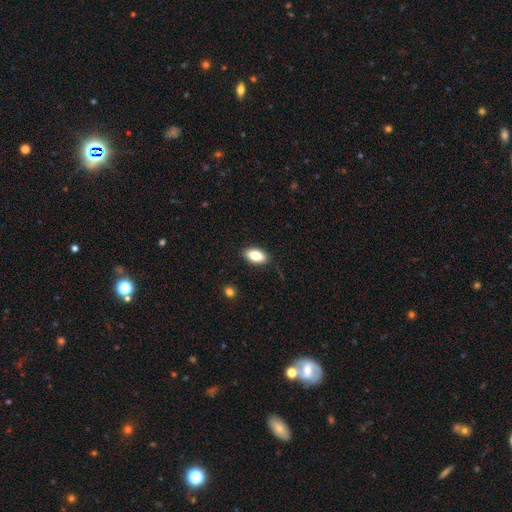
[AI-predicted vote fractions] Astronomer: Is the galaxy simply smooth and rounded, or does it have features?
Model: smooth — 83%.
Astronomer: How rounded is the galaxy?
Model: in between — 91%.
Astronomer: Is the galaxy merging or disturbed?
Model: none — 86%.